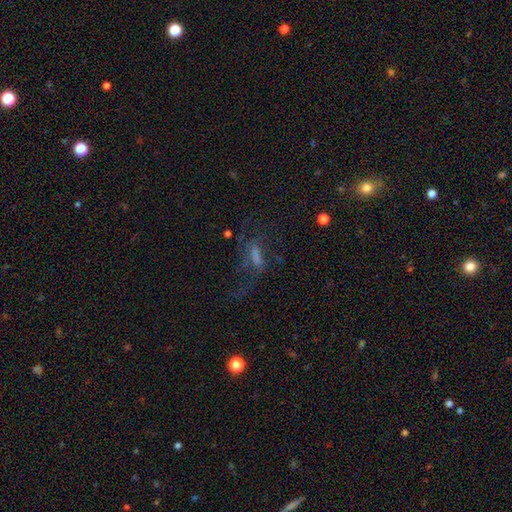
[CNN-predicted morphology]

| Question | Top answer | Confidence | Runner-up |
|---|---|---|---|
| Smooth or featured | featured or disk | 48% | smooth (27%) |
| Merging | none | 44% | major disturbance (36%) |